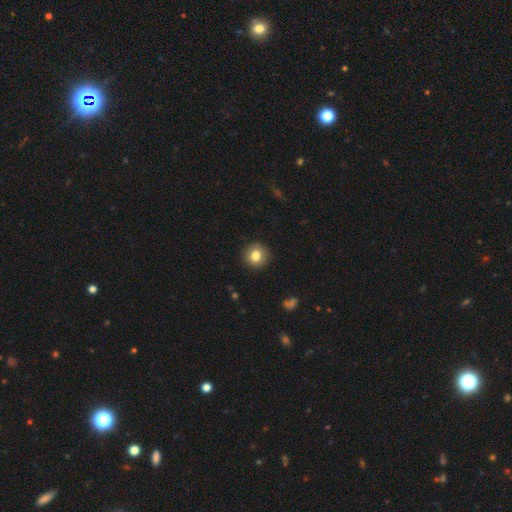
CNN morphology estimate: The model was most divided on "smooth or featured": smooth: 81%, featured or disk: 10%, star or artifact: 9%. More confident: how rounded — round (92%); merging — none (91%).